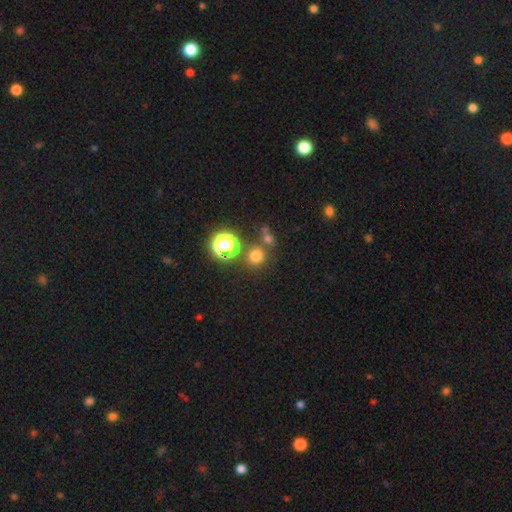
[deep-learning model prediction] Smooth or featured? smooth (71%)
How rounded? round (89%)
Merging? none (75%)